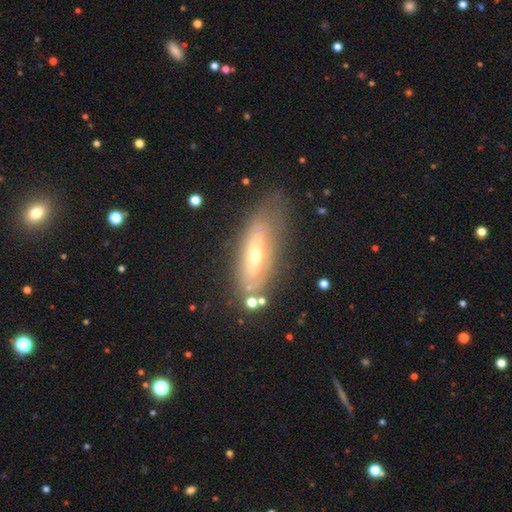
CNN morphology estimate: Q: Smooth or featured?
A: featured or disk (58%); runner-up: smooth (32%)
Q: Edge-on disk?
A: no (61%); runner-up: yes (39%)
Q: Merging?
A: none (68%); runner-up: minor disturbance (20%)